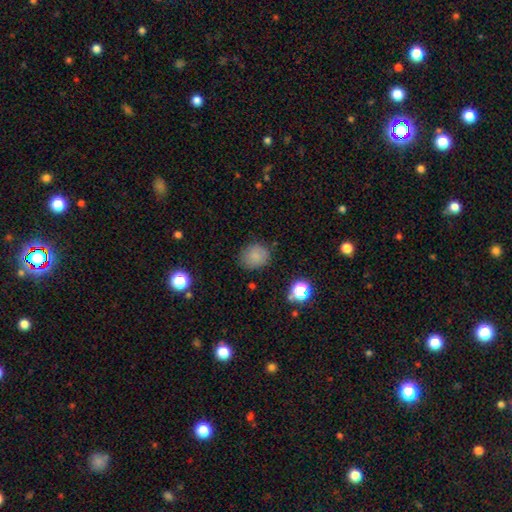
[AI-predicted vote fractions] Overall: smooth (79%). How rounded: round (74%). Merging: none (80%).